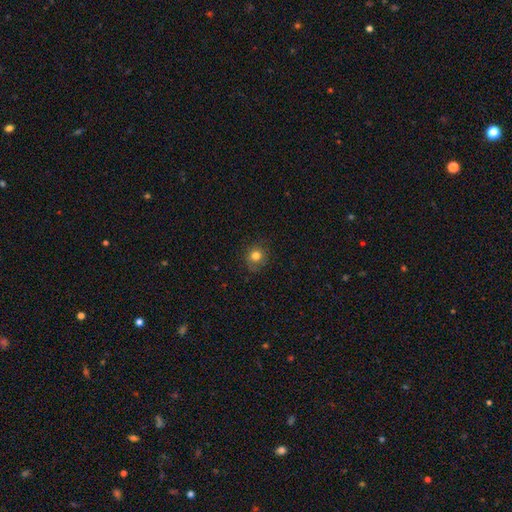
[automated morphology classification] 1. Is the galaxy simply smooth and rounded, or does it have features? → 79% smooth, 12% star or artifact, 9% featured or disk.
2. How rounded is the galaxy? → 85% round, 14% in between, 1% cigar-shaped.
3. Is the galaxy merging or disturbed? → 80% none, 14% minor disturbance, 4% major disturbance, 1% merger.